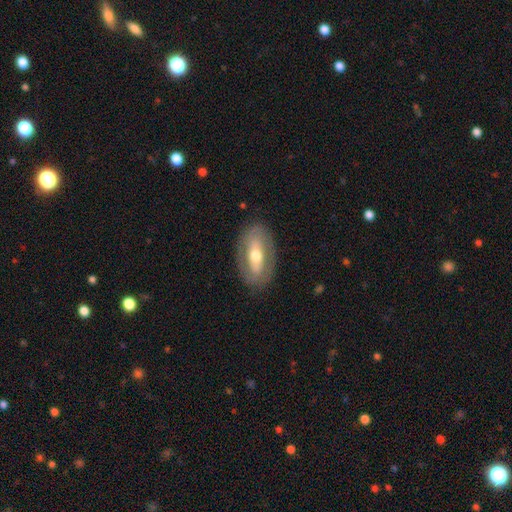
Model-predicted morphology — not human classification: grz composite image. It shows a featured or disk galaxy (61%) with a strong bar (38%), no spiral arms (70%) and a moderate central bulge (67%). Merging: none (82%).